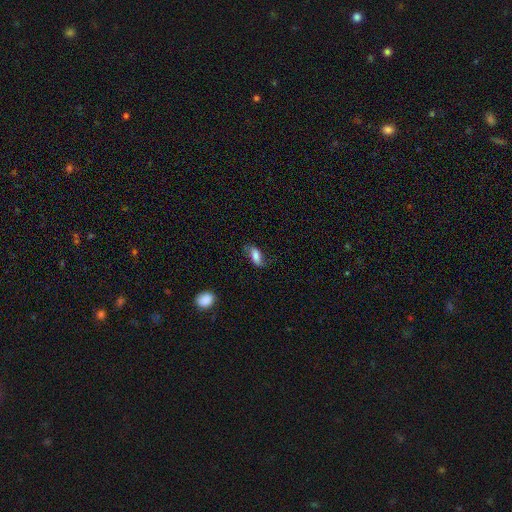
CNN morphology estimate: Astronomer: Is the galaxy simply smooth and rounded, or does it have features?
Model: smooth — 65%.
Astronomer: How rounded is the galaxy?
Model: in between — 79%.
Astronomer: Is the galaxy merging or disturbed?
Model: none — 65%.